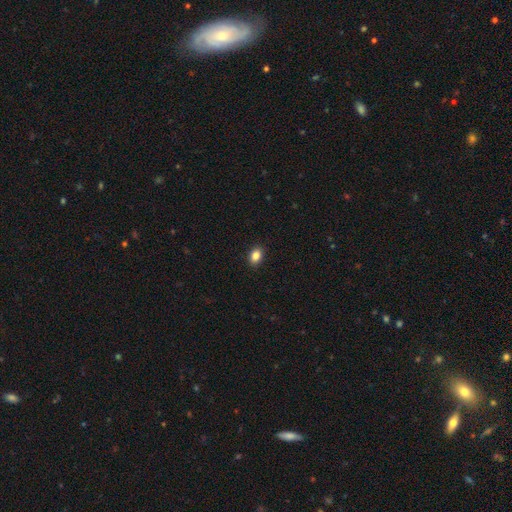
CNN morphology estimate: Q: Smooth or featured?
A: smooth (85%); runner-up: star or artifact (9%)
Q: How rounded?
A: in between (79%); runner-up: round (20%)
Q: Merging?
A: none (90%); runner-up: minor disturbance (7%)